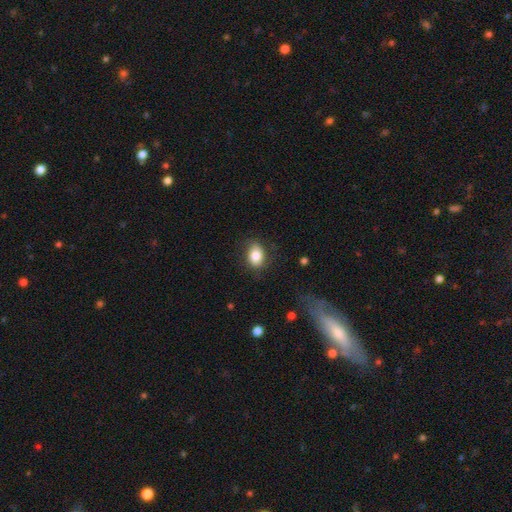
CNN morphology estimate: Smooth or featured? smooth (82%)
How rounded? in between (74%)
Merging? none (76%)